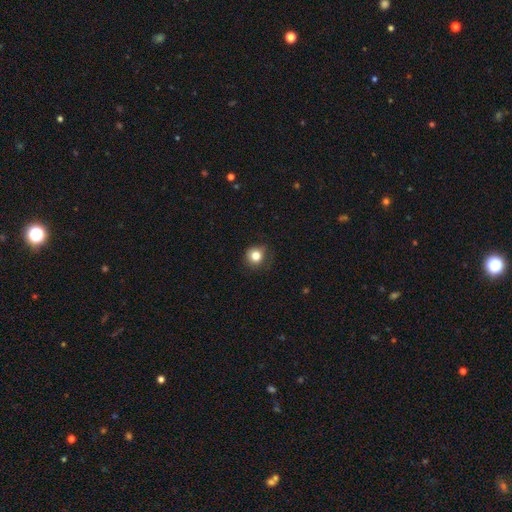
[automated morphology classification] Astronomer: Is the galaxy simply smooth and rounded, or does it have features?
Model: smooth — 81%.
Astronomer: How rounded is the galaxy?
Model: round — 89%.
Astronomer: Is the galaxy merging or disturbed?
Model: none — 79%.